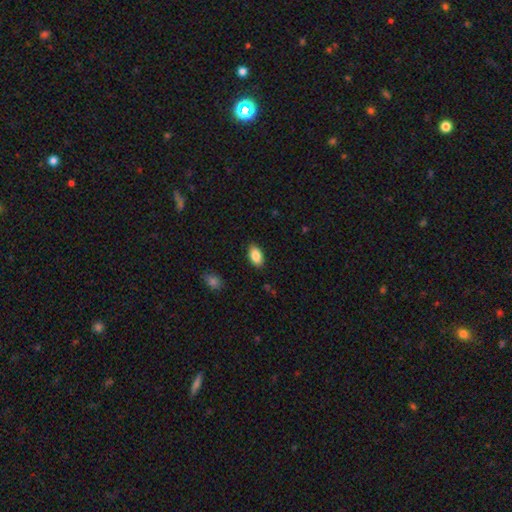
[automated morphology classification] This is clearly a smooth galaxy (86%). How rounded: clearly in between (93%). Merging: clearly none (88%).